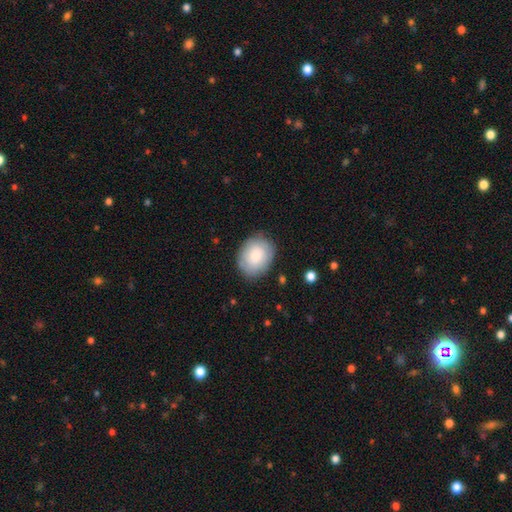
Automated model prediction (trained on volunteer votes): smooth-or-featured: smooth: 77% | featured or disk: 17% | star or artifact: 7%
  how-rounded: in between: 58% | round: 41% | cigar-shaped: 1%
  merging: none: 81% | minor disturbance: 14% | major disturbance: 4% | merger: 1%